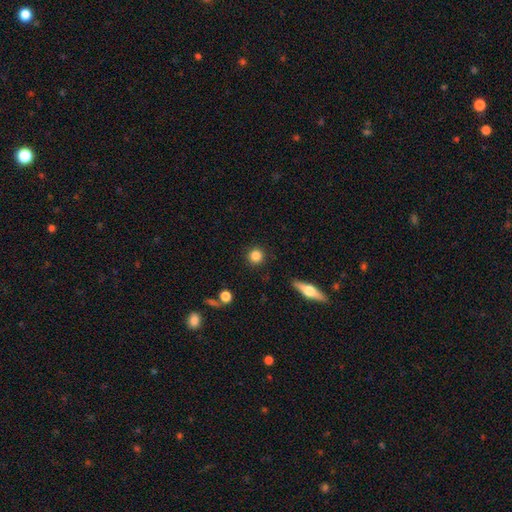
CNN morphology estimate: Smooth or featured? Predicted: smooth (p=0.85). How rounded? Predicted: round (p=0.92). Merging? Predicted: none (p=0.89).